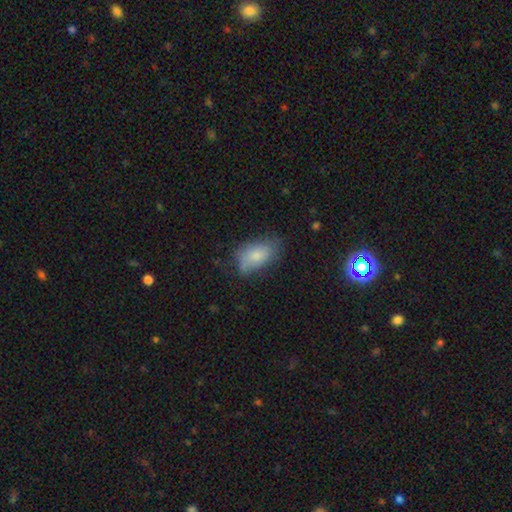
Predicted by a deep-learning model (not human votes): Q: Smooth or featured?
A: smooth (77%); runner-up: featured or disk (15%)
Q: How rounded?
A: in between (92%); runner-up: round (6%)
Q: Merging?
A: none (55%); runner-up: minor disturbance (32%)